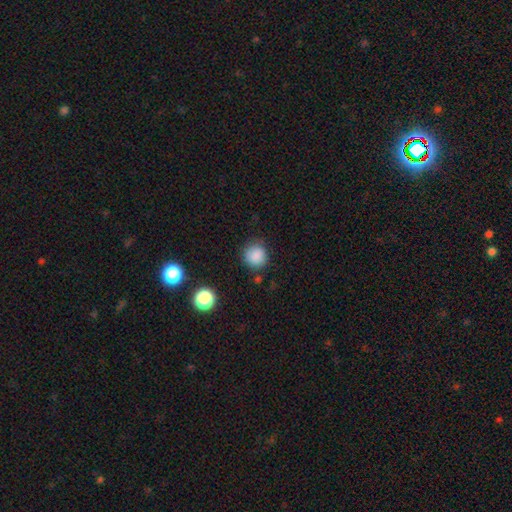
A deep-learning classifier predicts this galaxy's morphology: Q: Smooth or featured?
A: smooth (86%); runner-up: star or artifact (11%)
Q: How rounded?
A: round (89%); runner-up: in between (10%)
Q: Merging?
A: none (81%); runner-up: minor disturbance (13%)